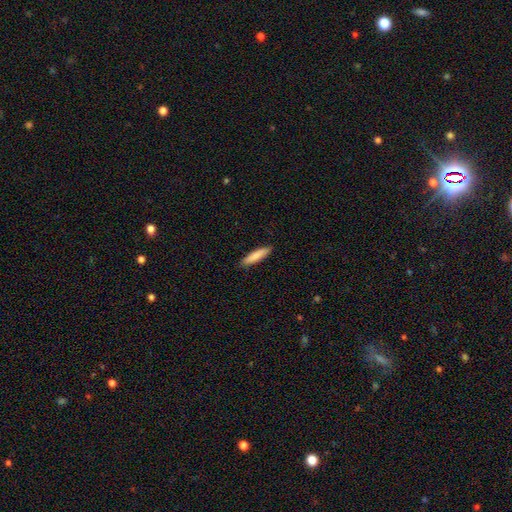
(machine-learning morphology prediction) The model was most divided on "how rounded": cigar-shaped: 82%, in between: 17%, round: 1%. More confident: merging — none (89%); smooth or featured — smooth (84%).